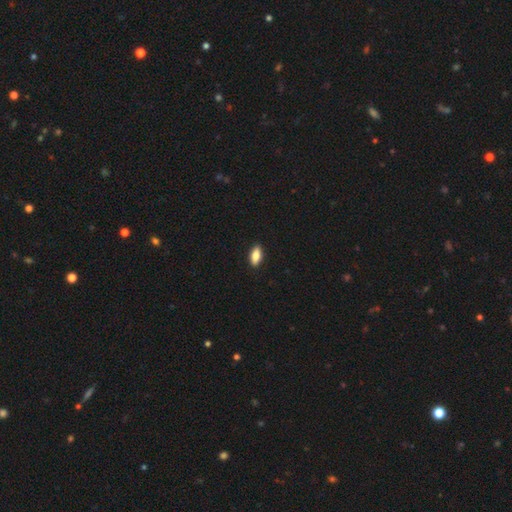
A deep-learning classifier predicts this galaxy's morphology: This appears to be a smooth galaxy with no disk features (82%) that is in between round and cigar-shaped (86%). Merging: none (90%).